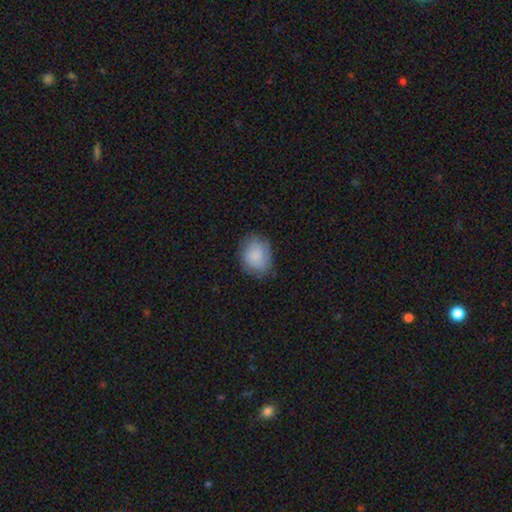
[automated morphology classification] Overall: smooth (82%). How rounded: in between (51%; round 48%). Merging: none (74%).